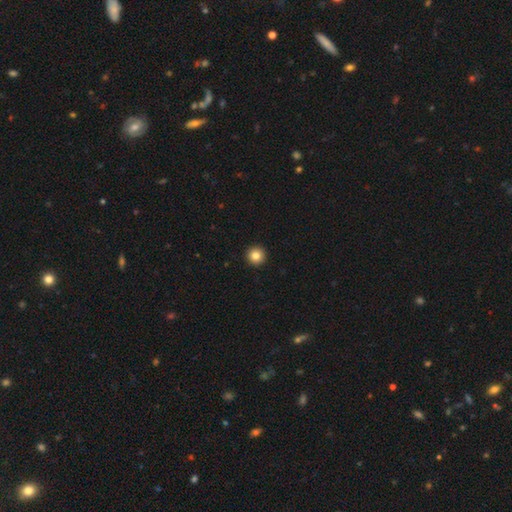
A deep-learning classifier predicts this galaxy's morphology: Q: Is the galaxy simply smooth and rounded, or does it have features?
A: smooth — 83%.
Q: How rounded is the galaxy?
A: round — 97%.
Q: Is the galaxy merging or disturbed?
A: none — 94%.